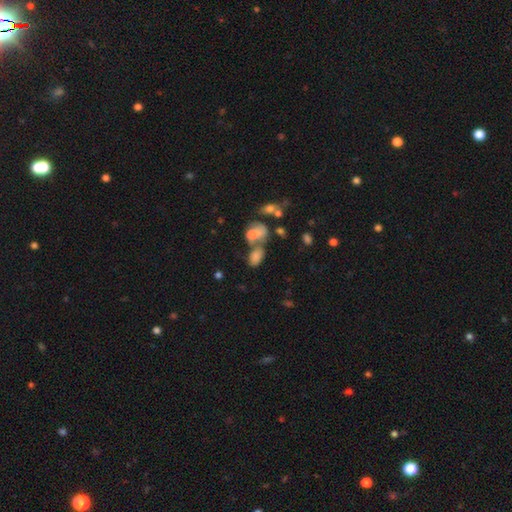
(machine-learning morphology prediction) This appears to be a smooth galaxy with no disk features (61%) that is in between round and cigar-shaped (73%). Merging: merger (43%).